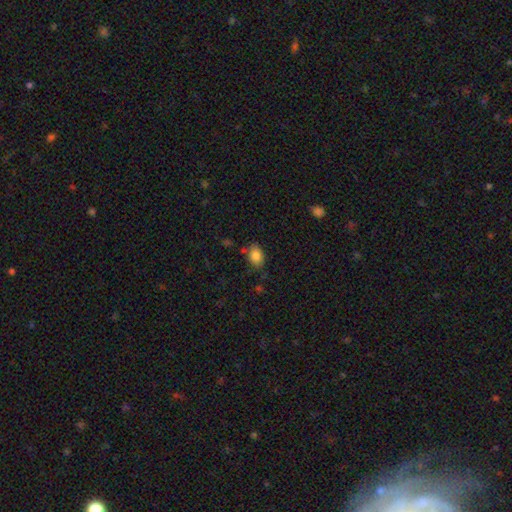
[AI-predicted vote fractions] smooth 84%, star or artifact 9%, featured or disk 7%. Down the decision tree: how rounded — in between (80%); merging — none (75%).